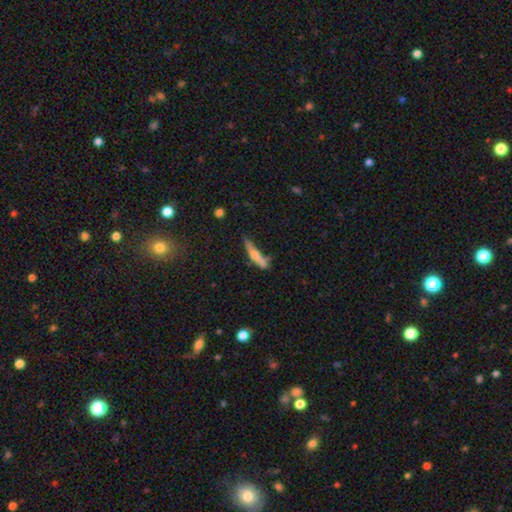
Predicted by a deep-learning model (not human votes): Smooth or featured?
  - smooth: 57% *
  - featured or disk: 35%
  - star or artifact: 8%
How rounded?
  - cigar-shaped: 87% *
  - in between: 11%
  - round: 2%
Merging?
  - none: 51% *
  - minor disturbance: 27%
  - major disturbance: 13%
  - merger: 9%